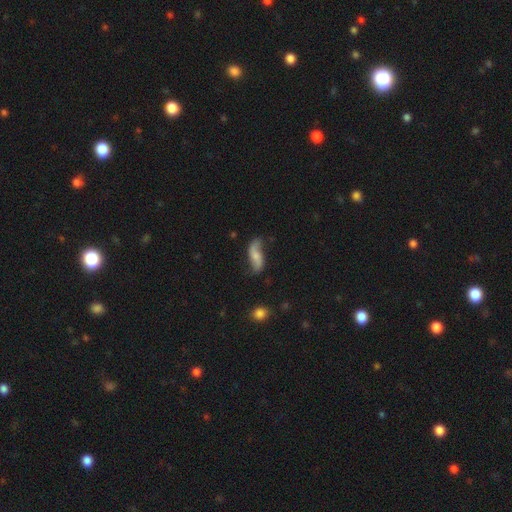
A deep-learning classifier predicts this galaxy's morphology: type=featured or disk (52%); edge-on=no (88%); merging=none (59%).